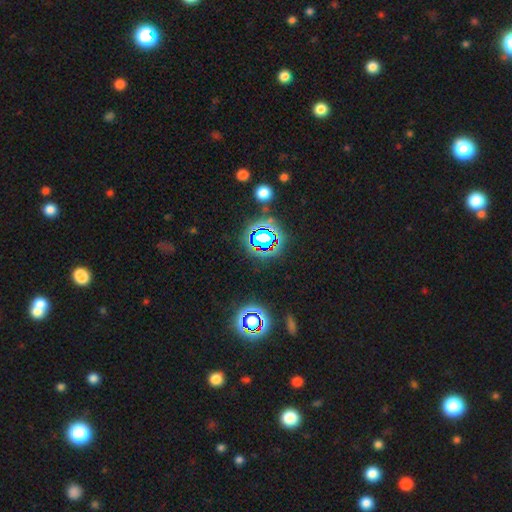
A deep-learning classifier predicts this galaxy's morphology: This is likely a star or artifact rather than a galaxy (78%).